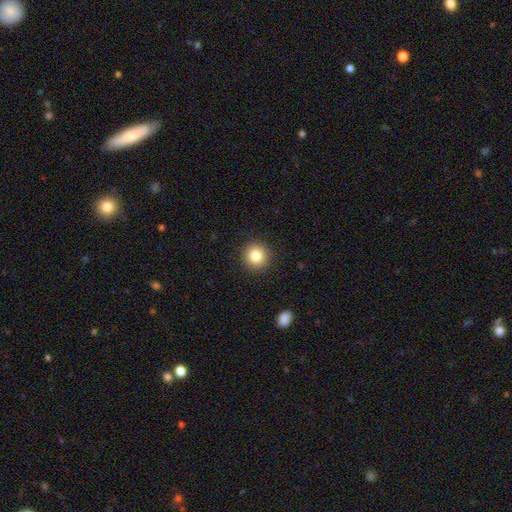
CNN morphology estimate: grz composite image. It shows a smooth galaxy with no disk features (83%) that is round (95%). Merging: none (92%).